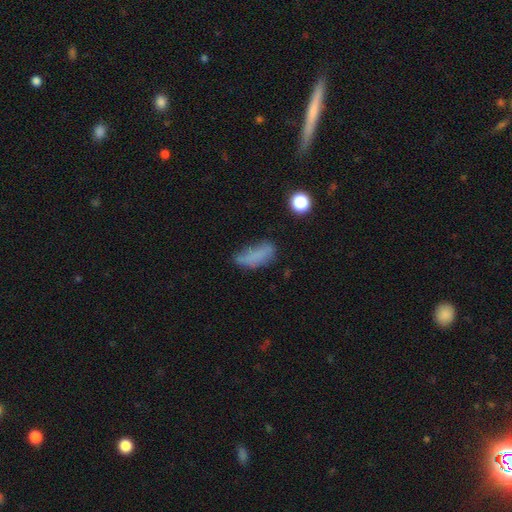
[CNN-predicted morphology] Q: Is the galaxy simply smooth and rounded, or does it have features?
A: smooth — 72%.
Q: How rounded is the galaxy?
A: in between — 75%.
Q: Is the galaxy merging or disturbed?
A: none — 45%.